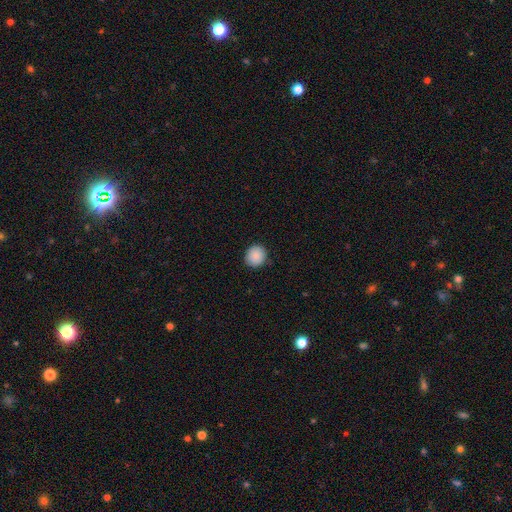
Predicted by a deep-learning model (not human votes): Overall: smooth (89%). How rounded: round (82%). Merging: none (88%).